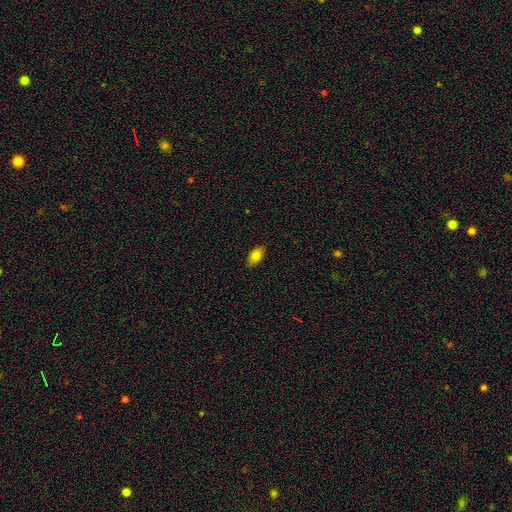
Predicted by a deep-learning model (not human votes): smooth_or_featured: smooth (p=0.81) [alt: featured or disk p=0.11]
how_rounded: in between (p=0.91) [alt: round p=0.05]
merging: none (p=0.88) [alt: minor disturbance p=0.10]